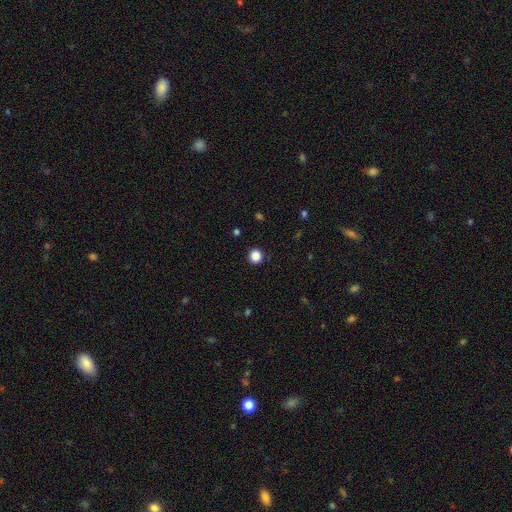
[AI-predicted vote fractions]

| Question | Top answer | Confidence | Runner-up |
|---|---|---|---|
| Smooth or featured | smooth | 86% | star or artifact (11%) |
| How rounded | round | 94% | in between (5%) |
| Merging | none | 92% | minor disturbance (5%) |